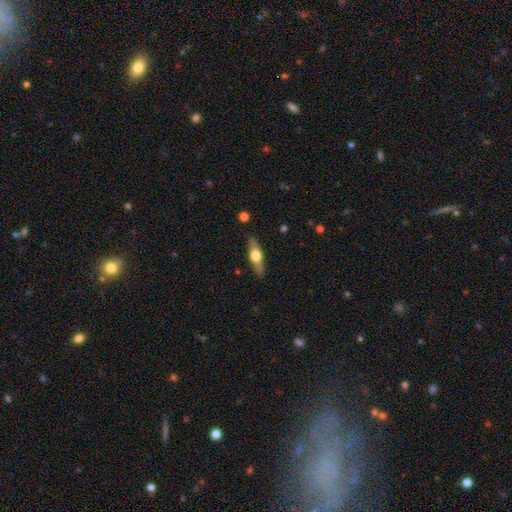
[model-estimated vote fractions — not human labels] Morphology: type=featured or disk (52%); edge-on=yes (87%); merging=none (86%).